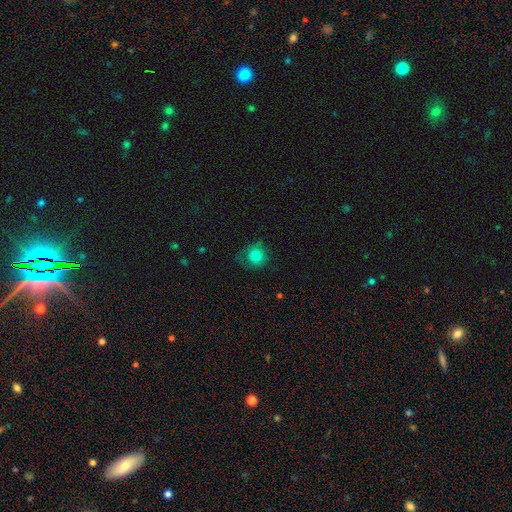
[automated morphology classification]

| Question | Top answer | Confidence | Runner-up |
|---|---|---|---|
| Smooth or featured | smooth | 79% | star or artifact (11%) |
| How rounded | round | 89% | in between (10%) |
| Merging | none | 65% | minor disturbance (24%) |